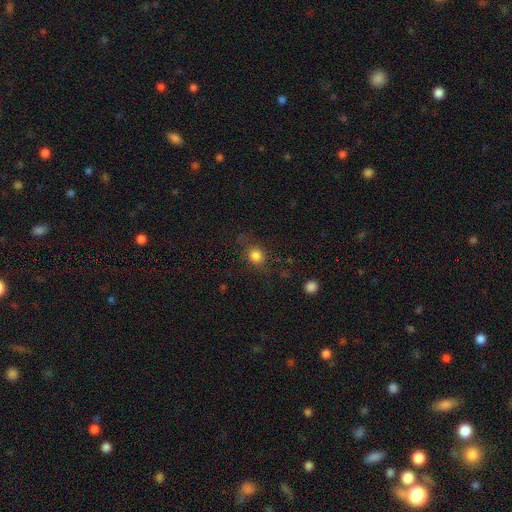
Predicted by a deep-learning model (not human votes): Morphology: type=smooth (79%); roundness=round (76%); merging=none (73%).